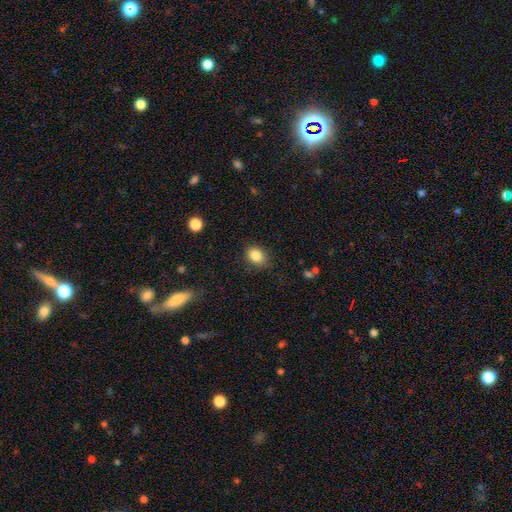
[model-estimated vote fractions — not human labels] This is clearly a smooth galaxy (86%). How rounded: possibly in between (59%). Merging: clearly none (83%).